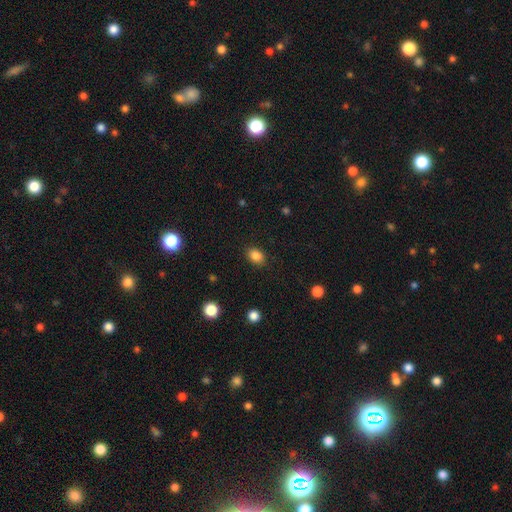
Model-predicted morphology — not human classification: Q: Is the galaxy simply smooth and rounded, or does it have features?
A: smooth — 86%.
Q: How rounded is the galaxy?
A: in between — 69%.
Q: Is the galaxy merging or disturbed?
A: none — 87%.